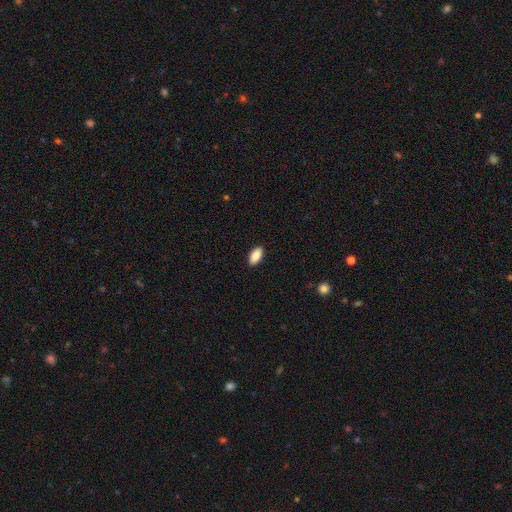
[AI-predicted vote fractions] Smooth or featured? Predicted: smooth (p=0.90). How rounded? Predicted: in between (p=0.94). Merging? Predicted: none (p=0.90).